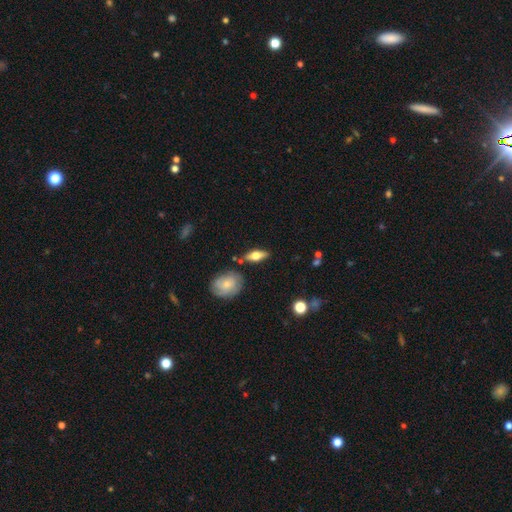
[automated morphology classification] The model was most divided on "smooth or featured": smooth: 52%, featured or disk: 42%, star or artifact: 7%. More confident: merging — none (80%); how rounded — in between (69%).